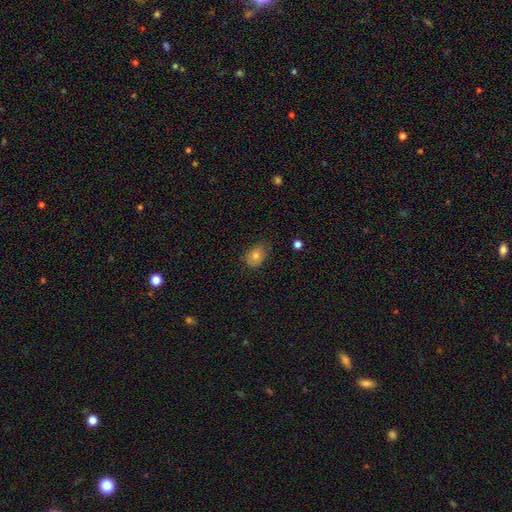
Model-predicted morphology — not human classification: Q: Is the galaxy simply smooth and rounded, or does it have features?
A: smooth — 77%.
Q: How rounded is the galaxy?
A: in between — 66%.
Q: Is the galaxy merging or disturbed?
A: none — 72%.